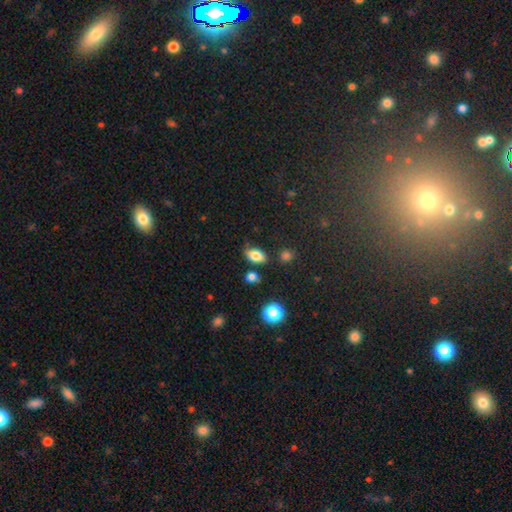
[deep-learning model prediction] A smooth galaxy with no disk features (82%) that is in between round and cigar-shaped (88%).

Vote fractions:
- Smooth or featured? smooth: 82% / star or artifact: 9% / featured or disk: 9%
- How rounded? in between: 88% / round: 10% / cigar-shaped: 2%
- Merging? none: 78% / minor disturbance: 14% / merger: 5% / major disturbance: 3%